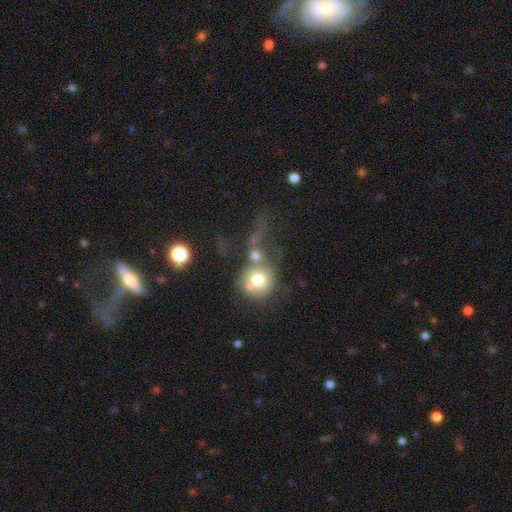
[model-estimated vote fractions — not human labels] The model was most divided on "merging": merger: 49%, none: 25%, major disturbance: 17%, minor disturbance: 9%. More confident: how rounded — round (79%); smooth or featured — smooth (62%).